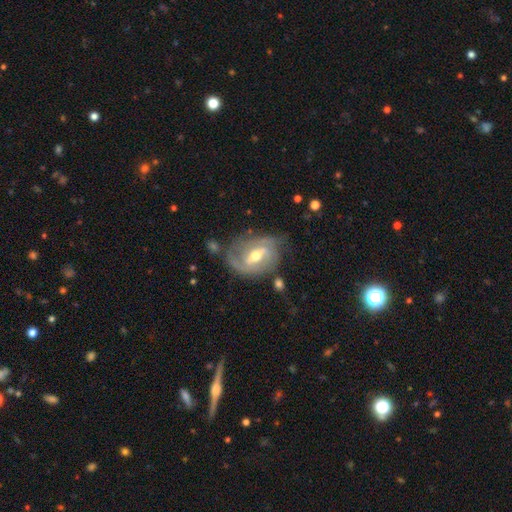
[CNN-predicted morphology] This appears to be a featured or disk galaxy (83%) with a weak bar (50%), 2 (57%) tight (42%) spiral arms (90%) and a moderate central bulge (70%). Merging: none (59%).